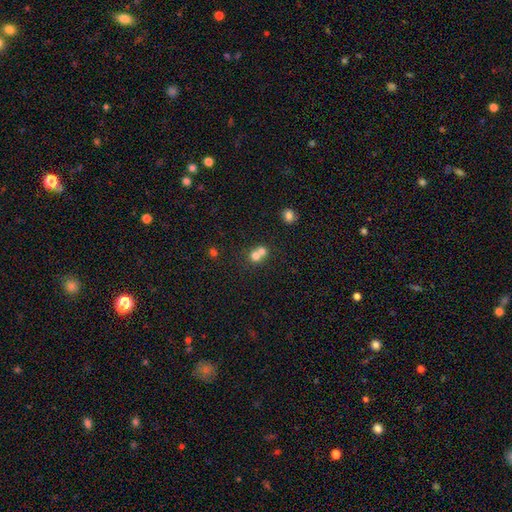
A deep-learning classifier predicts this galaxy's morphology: A smooth galaxy with no disk features (72%) that is round (81%).

Vote fractions:
- Smooth or featured? smooth: 72% / featured or disk: 15% / star or artifact: 13%
- How rounded? round: 81% / in between: 18% / cigar-shaped: 1%
- Merging? merger: 63% / none: 30% / minor disturbance: 5% / major disturbance: 2%